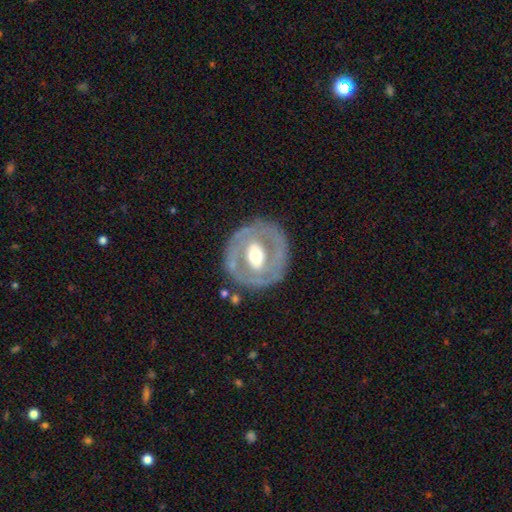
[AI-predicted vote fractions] Smooth or featured: featured or disk — 68% (smooth — 27%)
Edge-on disk: no — 95% (yes — 5%)
Bar: no — 39% (weak — 35%)
Spiral arms: no — 68% (yes — 32%)
Bulge size: moderate — 67% (large — 21%)
Merging: none — 79% (minor disturbance — 13%)